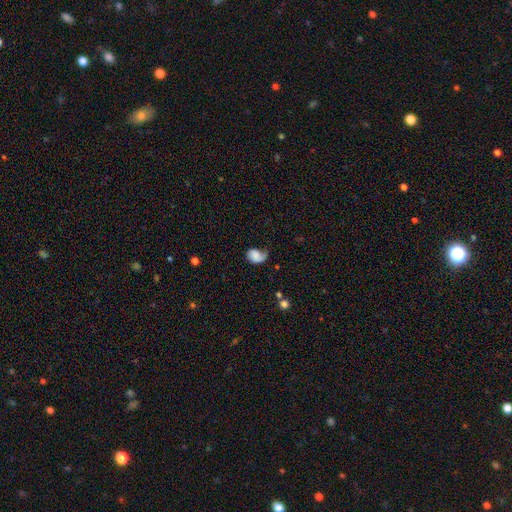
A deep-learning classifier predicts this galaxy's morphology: type=smooth (56%); roundness=in between (63%); merging=none (37%).